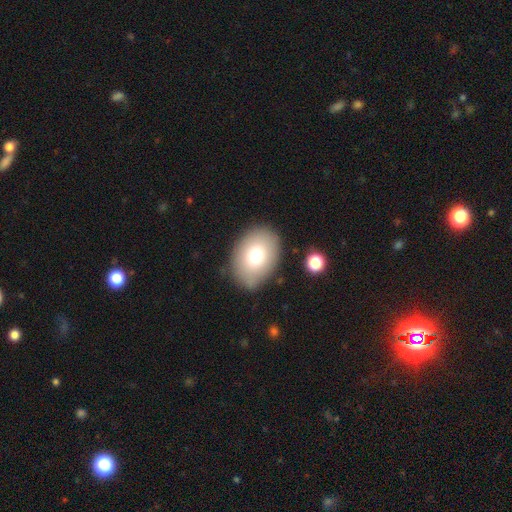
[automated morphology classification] Smooth or featured: smooth — 76% (featured or disk — 15%)
How rounded: in between — 78% (round — 21%)
Merging: none — 81% (minor disturbance — 13%)